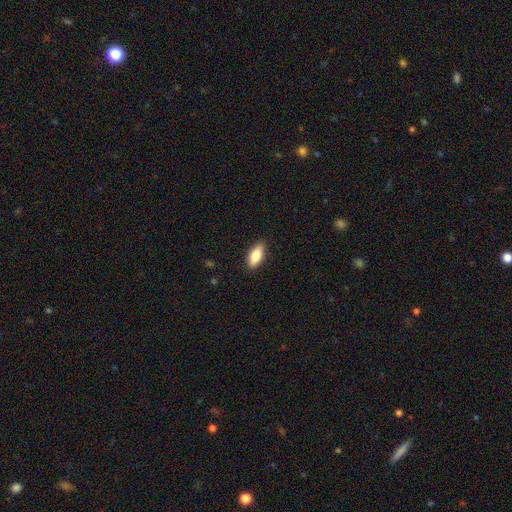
Smooth or featured?
  - smooth: 78% *
  - featured or disk: 18%
  - star or artifact: 5%
How rounded?
  - in between: 61% *
  - cigar-shaped: 35%
  - round: 3%
Merging?
  - none: 87% *
  - minor disturbance: 8%
  - major disturbance: 3%
  - merger: 3%